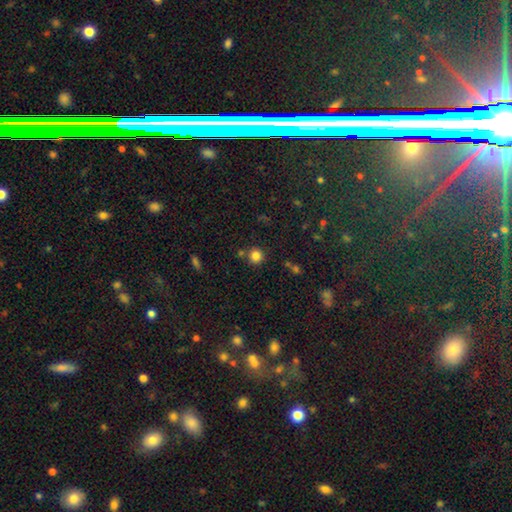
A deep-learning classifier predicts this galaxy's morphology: This appears to be a smooth galaxy with no disk features (82%) that is round (92%). Merging: none (79%).